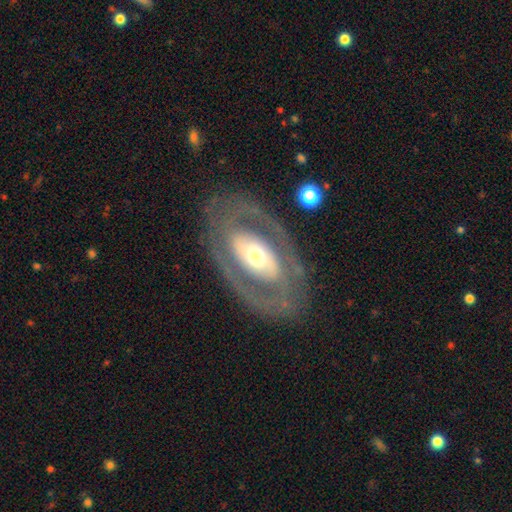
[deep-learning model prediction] Q: Smooth or featured?
A: featured or disk (73%); runner-up: smooth (21%)
Q: Edge-on disk?
A: no (92%); runner-up: yes (8%)
Q: Bar?
A: no (56%); runner-up: weak (22%)
Q: Spiral arms?
A: no (55%); runner-up: yes (45%)
Q: Bulge size?
A: moderate (62%); runner-up: large (19%)
Q: Merging?
A: none (78%); runner-up: minor disturbance (12%)